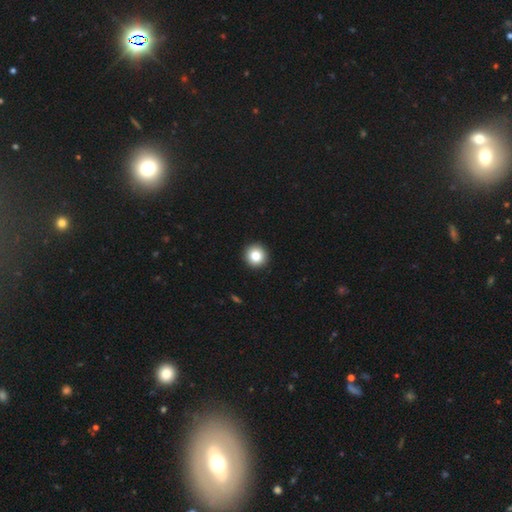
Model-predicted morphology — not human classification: The model was most divided on "smooth or featured": smooth: 84%, star or artifact: 10%, featured or disk: 7%. More confident: how rounded — round (95%); merging — none (94%).